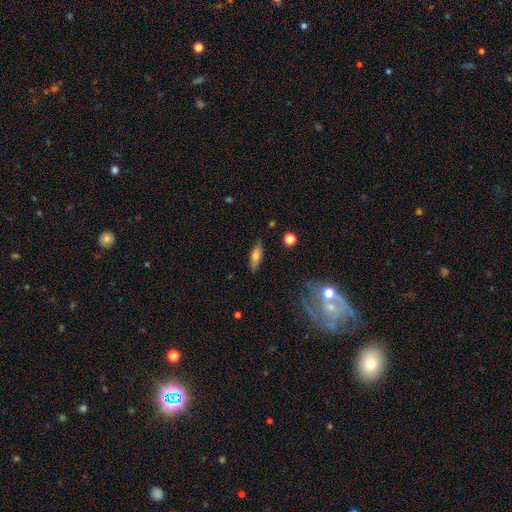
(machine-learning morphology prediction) type=smooth (66%); roundness=in between (53%); merging=none (83%).